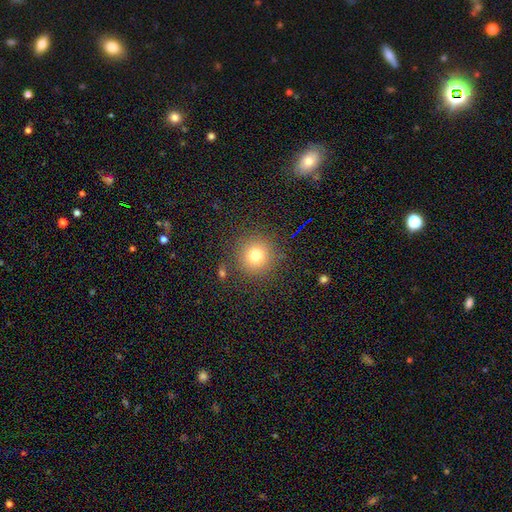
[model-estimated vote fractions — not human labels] The model was most divided on "smooth or featured": smooth: 77%, star or artifact: 15%, featured or disk: 8%. More confident: how rounded — round (94%); merging — none (87%).